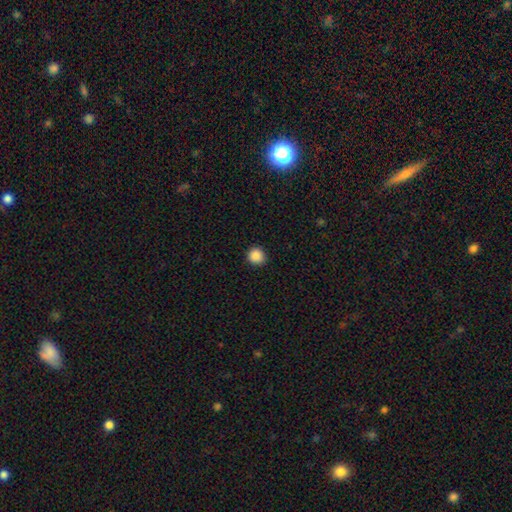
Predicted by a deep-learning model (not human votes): Overall: smooth (88%). How rounded: round (90%). Merging: none (89%).